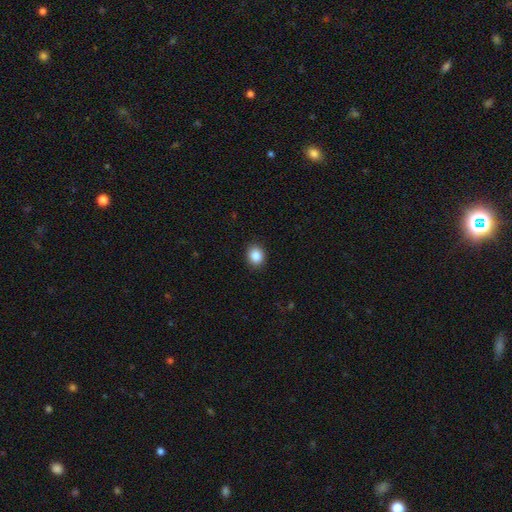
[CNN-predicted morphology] Q: Smooth or featured?
A: smooth (88%); runner-up: star or artifact (9%)
Q: How rounded?
A: round (65%); runner-up: in between (35%)
Q: Merging?
A: none (90%); runner-up: minor disturbance (7%)